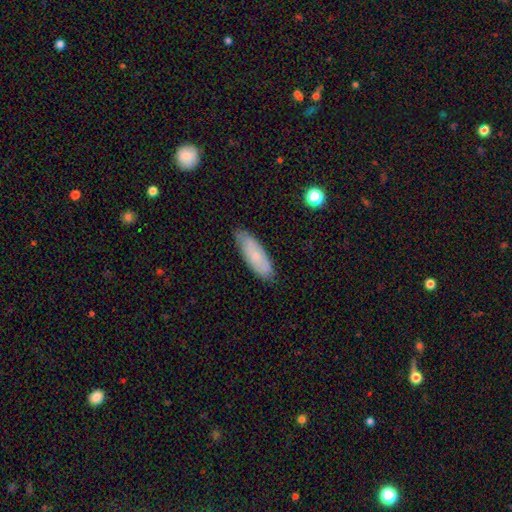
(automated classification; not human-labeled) Morphology: type=smooth (71%); roundness=in between (61%); merging=none (78%).